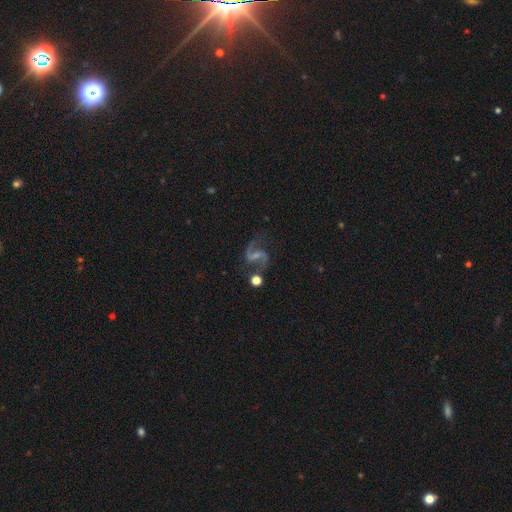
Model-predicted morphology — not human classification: Q: Smooth or featured?
A: featured or disk (90%); runner-up: star or artifact (6%)
Q: Edge-on disk?
A: no (98%); runner-up: yes (2%)
Q: Bar?
A: weak (48%); runner-up: strong (27%)
Q: Spiral arms?
A: yes (98%); runner-up: no (2%)
Q: Spiral winding?
A: loose (47%); runner-up: medium (46%)
Q: Spiral arm count?
A: 2 (94%); runner-up: 1 (2%)
Q: Bulge size?
A: small (51%); runner-up: none (26%)
Q: Merging?
A: none (73%); runner-up: minor disturbance (14%)